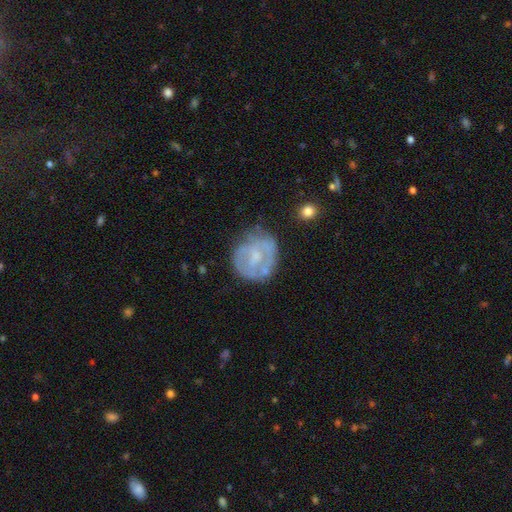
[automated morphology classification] Smooth or featured: featured or disk — 59% (smooth — 33%)
Edge-on disk: no — 97% (yes — 3%)
Bar: no — 56% (weak — 36%)
Spiral arms: no — 53% (yes — 47%)
Bulge size: small — 44% (moderate — 32%)
Merging: none — 60% (minor disturbance — 24%)